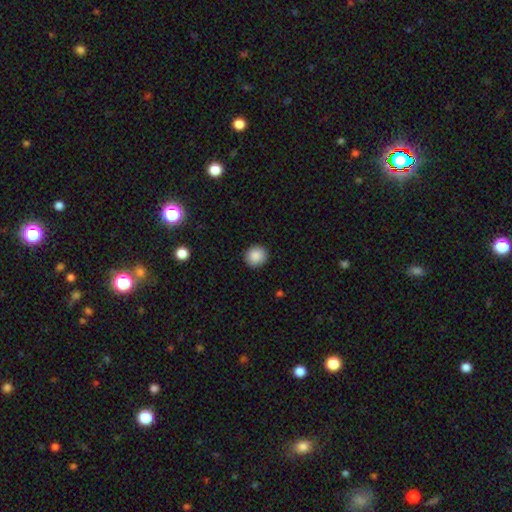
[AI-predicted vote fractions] smooth 88%, star or artifact 9%, featured or disk 3%. Down the decision tree: how rounded — round (88%); merging — none (91%).